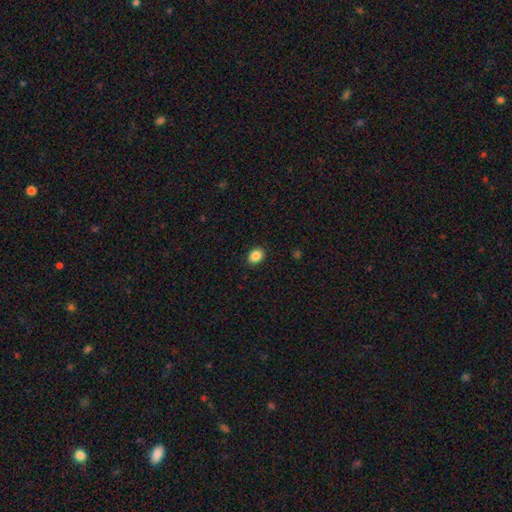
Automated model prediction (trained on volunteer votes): Smooth or featured? smooth (87%)
How rounded? in between (59%)
Merging? none (90%)